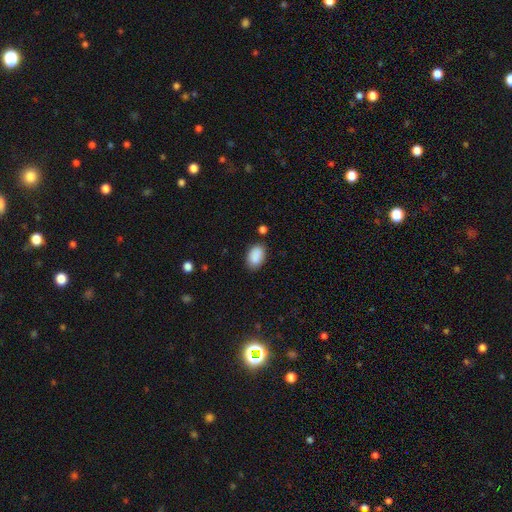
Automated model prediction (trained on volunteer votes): Q: Smooth or featured?
A: smooth (89%); runner-up: star or artifact (7%)
Q: How rounded?
A: in between (90%); runner-up: round (9%)
Q: Merging?
A: none (80%); runner-up: minor disturbance (14%)